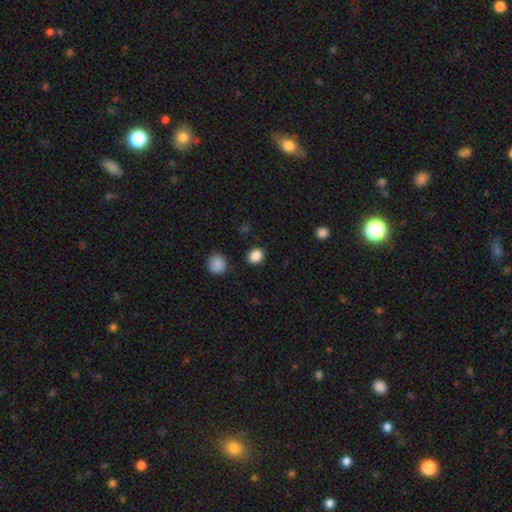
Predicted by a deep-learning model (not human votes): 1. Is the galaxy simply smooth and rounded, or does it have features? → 86% smooth, 11% star or artifact, 3% featured or disk.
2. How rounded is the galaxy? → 77% round, 22% in between, 1% cigar-shaped.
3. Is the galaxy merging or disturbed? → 88% none, 7% minor disturbance, 3% major disturbance, 2% merger.